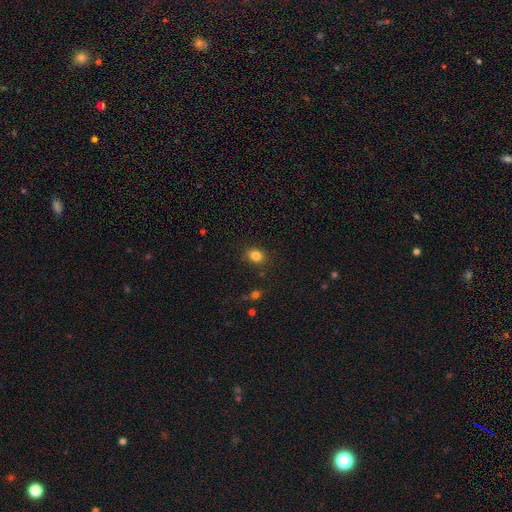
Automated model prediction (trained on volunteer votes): Smooth or featured? Predicted: smooth (p=0.84). How rounded? Predicted: round (p=0.57). Merging? Predicted: none (p=0.87).